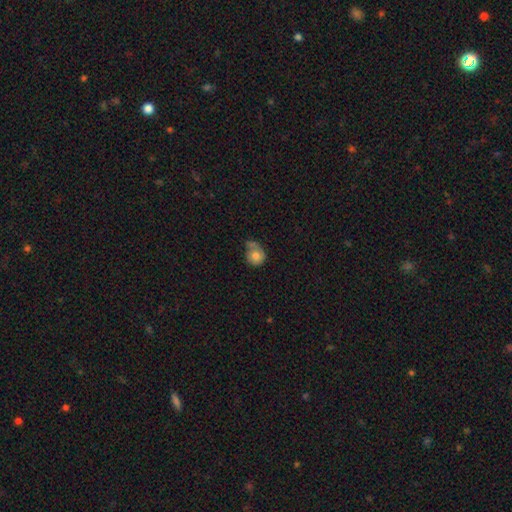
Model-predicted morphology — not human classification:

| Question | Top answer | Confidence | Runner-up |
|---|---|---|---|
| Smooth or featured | smooth | 74% | featured or disk (19%) |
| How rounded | round | 80% | in between (19%) |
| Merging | none | 41% | minor disturbance (26%) |